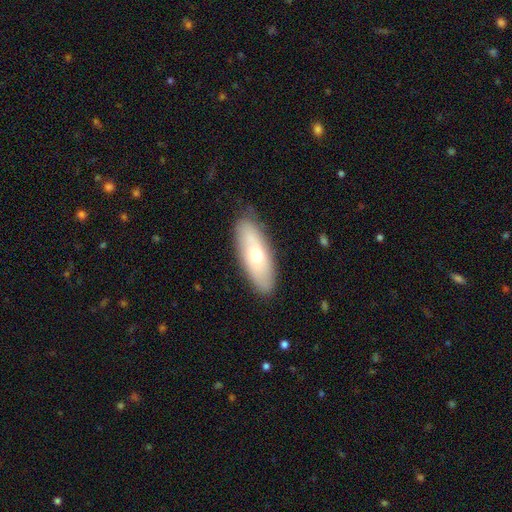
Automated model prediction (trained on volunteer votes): Morphology: type=smooth (58%); roundness=in between (70%); merging=none (85%).